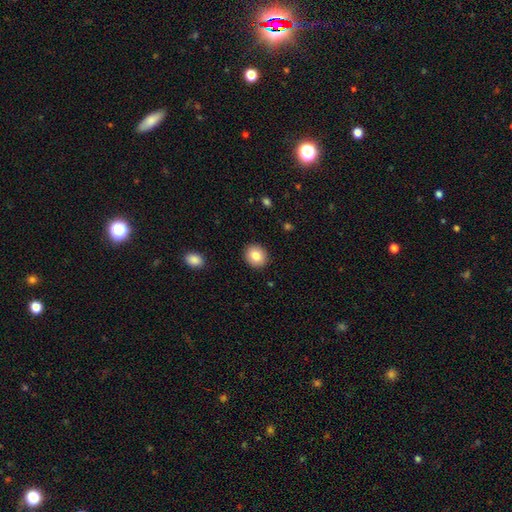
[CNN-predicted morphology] Smooth or featured? smooth (83%)
How rounded? round (80%)
Merging? none (91%)